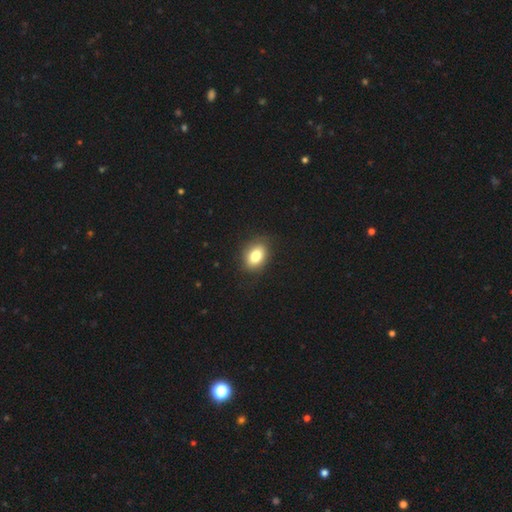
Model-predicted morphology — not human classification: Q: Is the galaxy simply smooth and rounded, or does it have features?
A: smooth — 81%.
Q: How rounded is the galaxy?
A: in between — 73%.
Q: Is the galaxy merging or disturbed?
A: none — 85%.